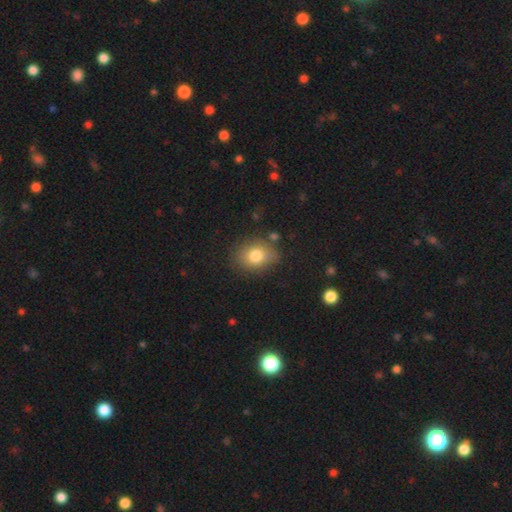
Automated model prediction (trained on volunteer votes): This appears to be a smooth galaxy with no disk features (79%) that is round (50%). Merging: none (76%).